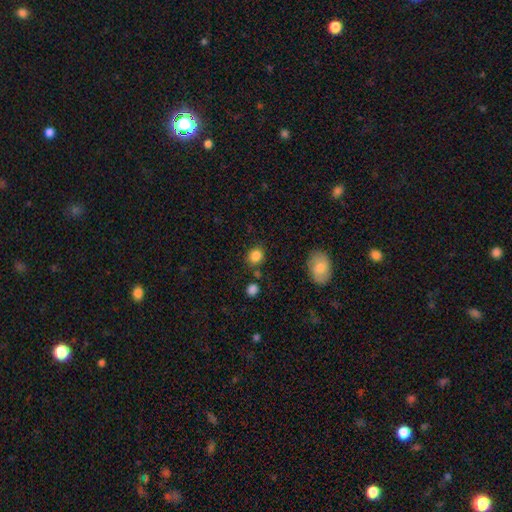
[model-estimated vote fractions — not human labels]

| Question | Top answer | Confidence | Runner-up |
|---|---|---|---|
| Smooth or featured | smooth | 85% | star or artifact (10%) |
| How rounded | round | 71% | in between (28%) |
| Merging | none | 79% | minor disturbance (12%) |